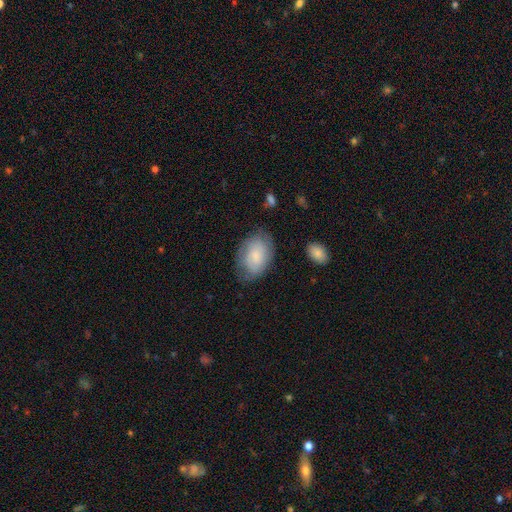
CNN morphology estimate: Smooth or featured?
  - smooth: 76% *
  - featured or disk: 18%
  - star or artifact: 7%
How rounded?
  - in between: 88% *
  - round: 10%
  - cigar-shaped: 1%
Merging?
  - none: 69% *
  - minor disturbance: 22%
  - major disturbance: 7%
  - merger: 2%